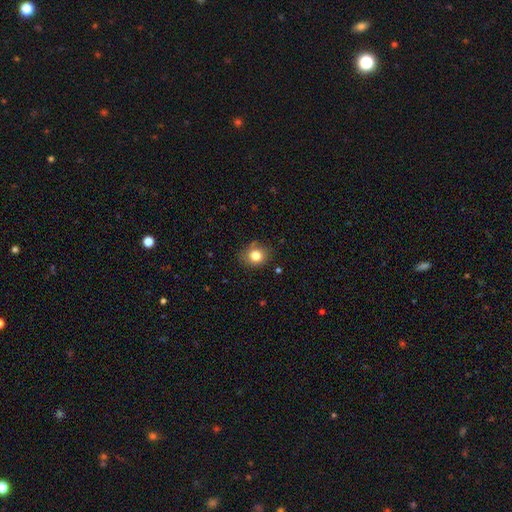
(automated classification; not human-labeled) A smooth galaxy with no disk features (81%) that is round (73%).

Vote fractions:
- Smooth or featured? smooth: 81% / star or artifact: 11% / featured or disk: 8%
- How rounded? round: 73% / in between: 26% / cigar-shaped: 1%
- Merging? none: 78% / minor disturbance: 17% / major disturbance: 3% / merger: 2%